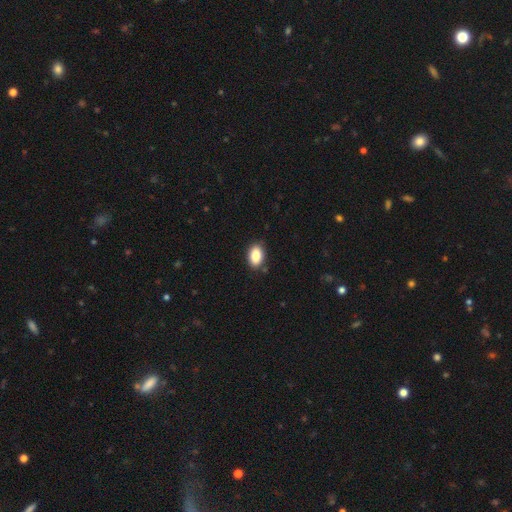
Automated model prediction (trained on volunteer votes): This appears to be a smooth galaxy with no disk features (86%) that is in between round and cigar-shaped (89%). Merging: none (86%).